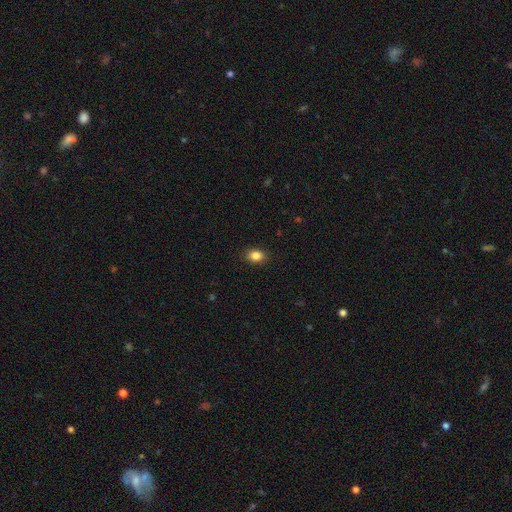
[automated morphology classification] smooth_or_featured: smooth (p=0.85) [alt: star or artifact p=0.09]
how_rounded: in between (p=0.70) [alt: round p=0.29]
merging: none (p=0.89) [alt: minor disturbance p=0.08]